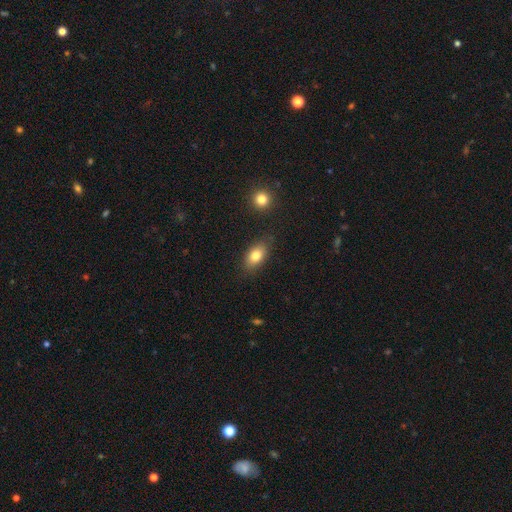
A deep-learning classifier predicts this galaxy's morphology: smooth_or_featured: smooth (p=0.80) [alt: featured or disk p=0.12]
how_rounded: in between (p=0.87) [alt: round p=0.09]
merging: none (p=0.81) [alt: minor disturbance p=0.13]